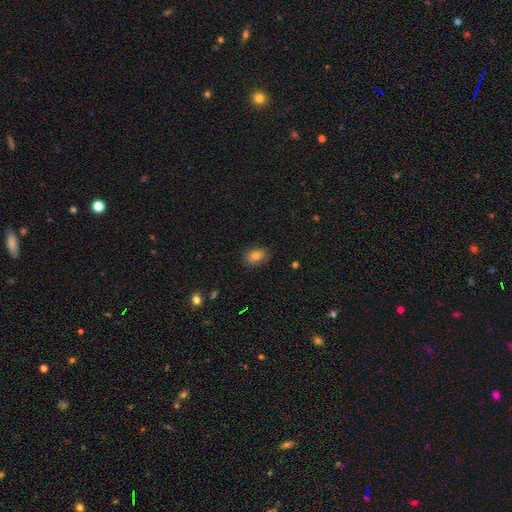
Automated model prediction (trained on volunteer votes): Overall: smooth (79%). How rounded: in between (78%). Merging: none (80%).